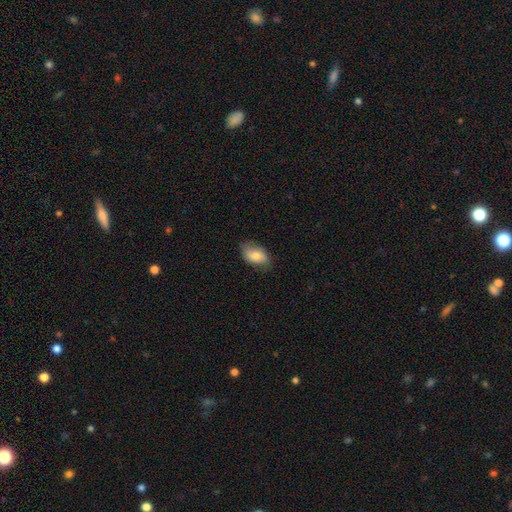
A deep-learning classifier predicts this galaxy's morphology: smooth 74%, featured or disk 19%, star or artifact 7%. Down the decision tree: how rounded — in between (91%); merging — none (74%).